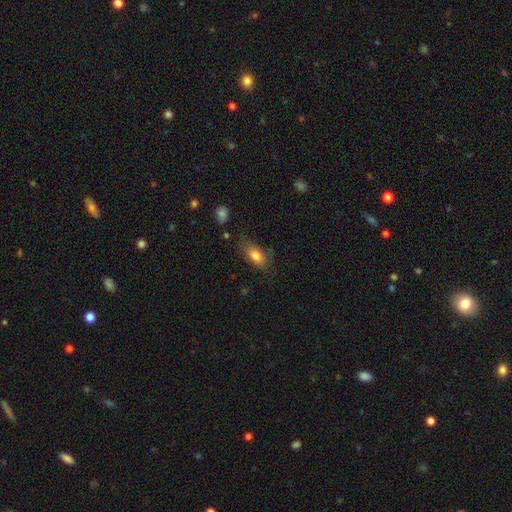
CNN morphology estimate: A smooth galaxy with no disk features (80%) that is in between round and cigar-shaped (85%). Merging: none (67%).